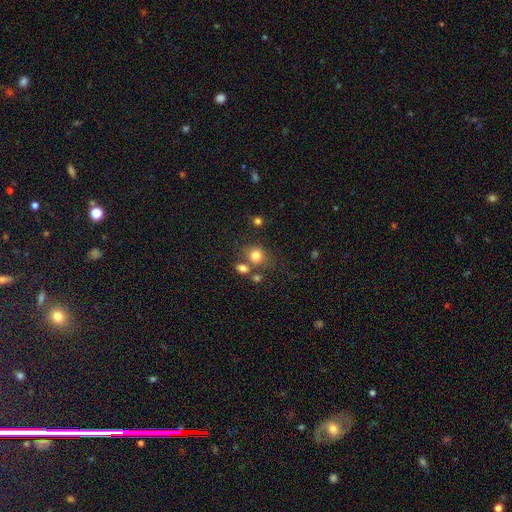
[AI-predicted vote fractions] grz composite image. It shows a smooth galaxy with no disk features (79%) that is round (73%). Merging: none (60%).